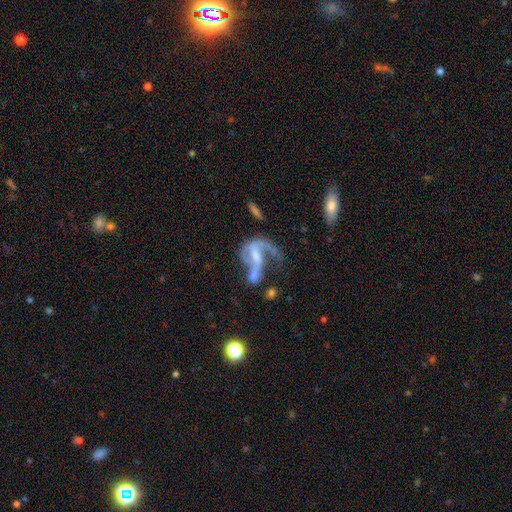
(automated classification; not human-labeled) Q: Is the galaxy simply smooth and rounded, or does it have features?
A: featured or disk — 78%.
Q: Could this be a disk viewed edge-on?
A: no — 96%.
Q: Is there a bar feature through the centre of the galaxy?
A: weak — 40%.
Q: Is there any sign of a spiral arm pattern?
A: yes — 82%.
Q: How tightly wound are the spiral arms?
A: loose — 60%.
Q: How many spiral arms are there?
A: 2 — 53%.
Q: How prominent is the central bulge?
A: small — 40%.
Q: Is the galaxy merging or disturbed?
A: major disturbance — 40%.